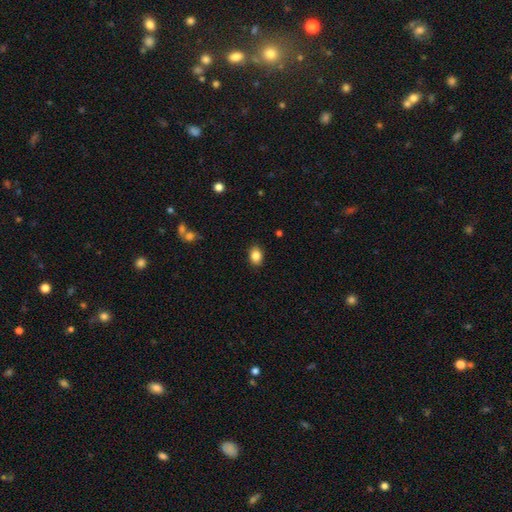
smooth 89%, star or artifact 8%, featured or disk 3%. Down the decision tree: how rounded — in between (62%); merging — none (80%).